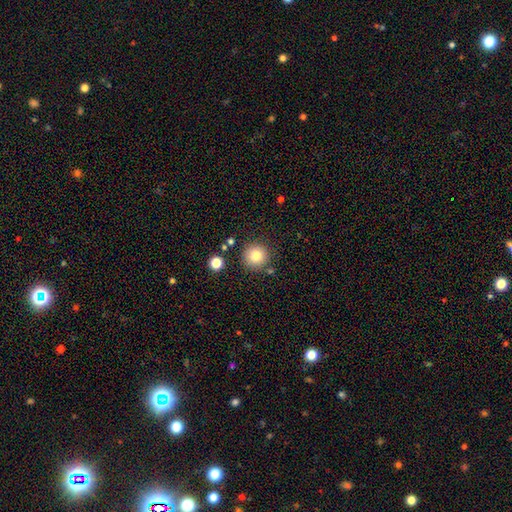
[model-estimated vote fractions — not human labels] smooth_or_featured: smooth (p=0.81) [alt: star or artifact p=0.11]
how_rounded: round (p=0.95) [alt: in between p=0.04]
merging: none (p=0.85) [alt: minor disturbance p=0.08]